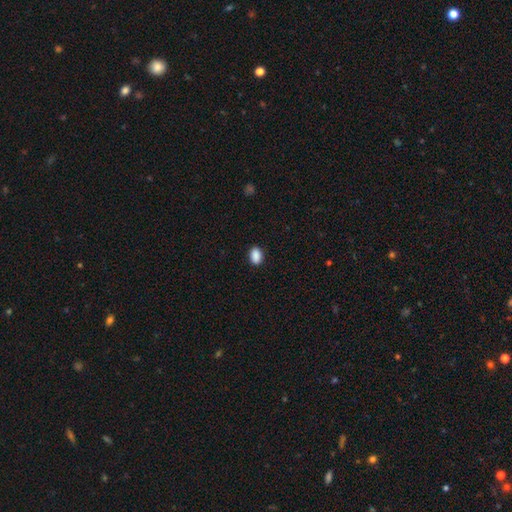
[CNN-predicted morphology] Smooth or featured? smooth (89%)
How rounded? in between (85%)
Merging? none (88%)